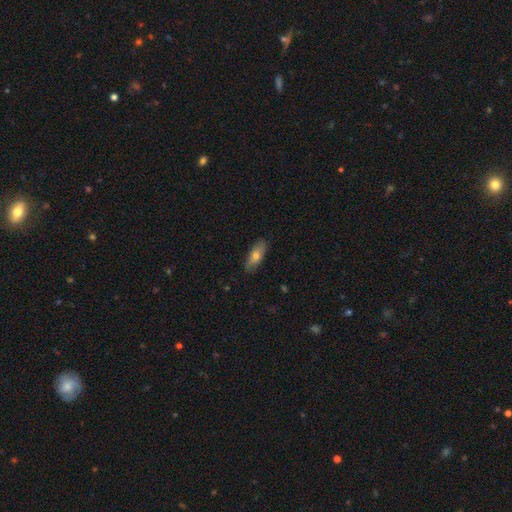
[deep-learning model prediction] This is likely a smooth galaxy (68%). How rounded: likely in between (68%). Merging: clearly none (86%).